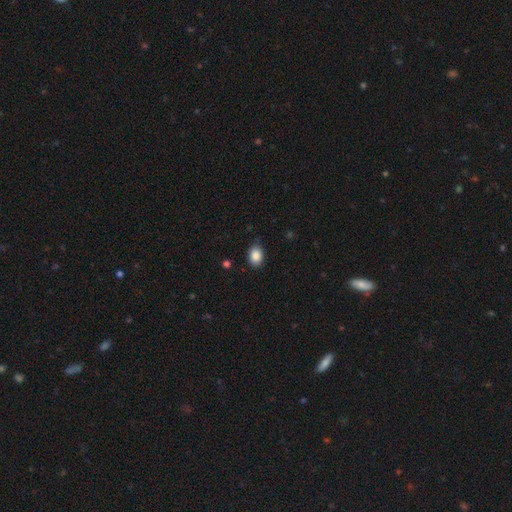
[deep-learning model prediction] smooth-or-featured: smooth: 88% | star or artifact: 8% | featured or disk: 4%
  how-rounded: in between: 69% | round: 30% | cigar-shaped: 1%
  merging: none: 85% | minor disturbance: 11% | major disturbance: 2% | merger: 1%